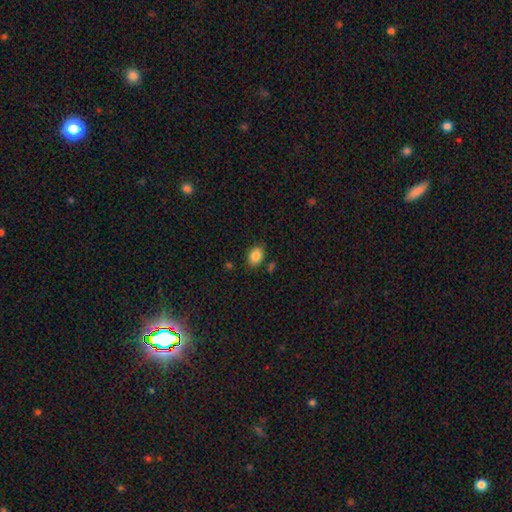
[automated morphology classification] smooth_or_featured: smooth (p=0.86) [alt: star or artifact p=0.08]
how_rounded: in between (p=0.78) [alt: round p=0.21]
merging: none (p=0.81) [alt: minor disturbance p=0.12]